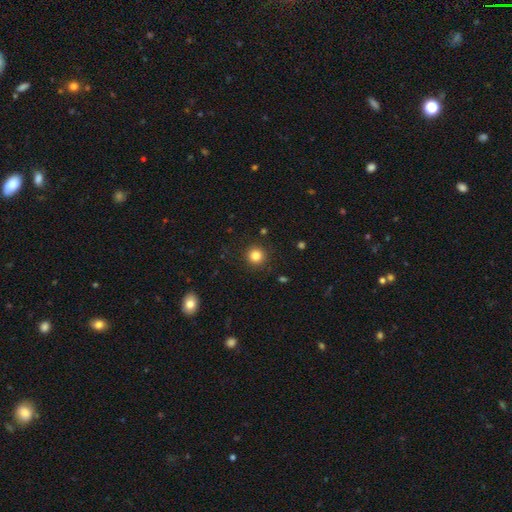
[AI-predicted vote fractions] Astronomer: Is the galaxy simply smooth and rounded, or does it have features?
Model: smooth — 84%.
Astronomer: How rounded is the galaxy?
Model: round — 94%.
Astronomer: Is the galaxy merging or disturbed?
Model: none — 91%.